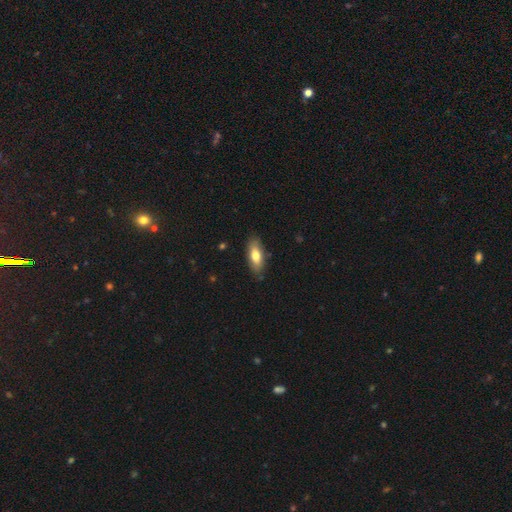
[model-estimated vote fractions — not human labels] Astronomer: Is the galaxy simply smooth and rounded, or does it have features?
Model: smooth — 72%.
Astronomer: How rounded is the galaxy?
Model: in between — 78%.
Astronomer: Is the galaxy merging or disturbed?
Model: none — 83%.